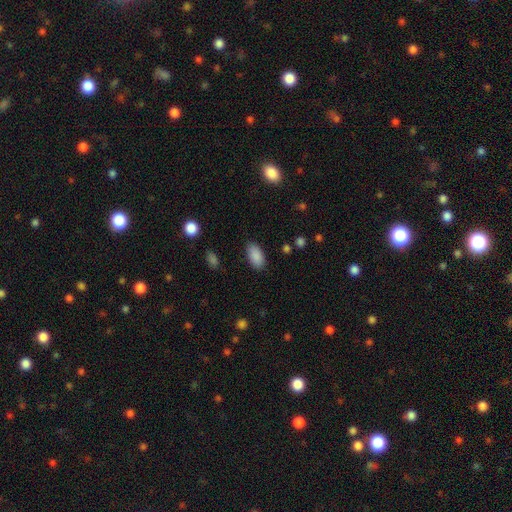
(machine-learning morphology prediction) A smooth galaxy with no disk features (89%) that is in between round and cigar-shaped (94%).

Vote fractions:
- Smooth or featured? smooth: 89% / star or artifact: 7% / featured or disk: 4%
- How rounded? in between: 94% / cigar-shaped: 3% / round: 3%
- Merging? none: 85% / minor disturbance: 11% / major disturbance: 3% / merger: 1%